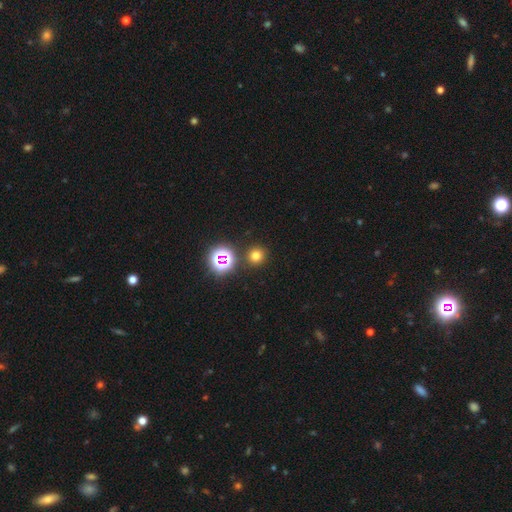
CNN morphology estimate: A smooth galaxy with no disk features (69%) that is round (93%). Merging: none (88%).